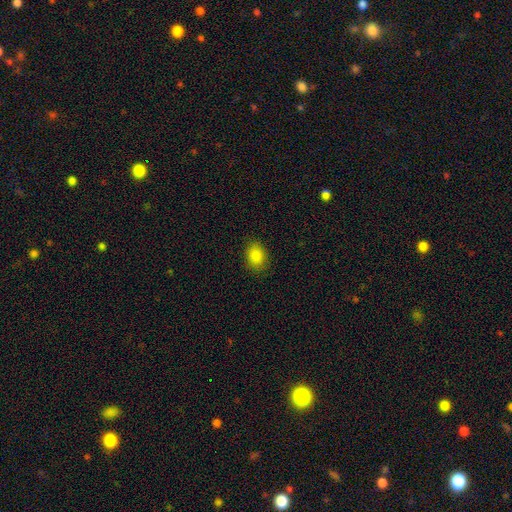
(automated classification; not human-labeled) smooth 86%, star or artifact 10%, featured or disk 4%. Down the decision tree: how rounded — in between (67%); merging — none (85%).